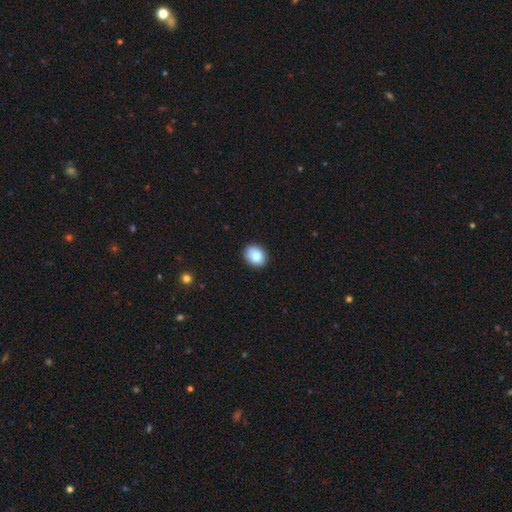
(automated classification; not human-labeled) smooth_or_featured: smooth (p=0.84) [alt: star or artifact p=0.09]
how_rounded: round (p=0.51) [alt: in between p=0.49]
merging: none (p=0.91) [alt: minor disturbance p=0.06]